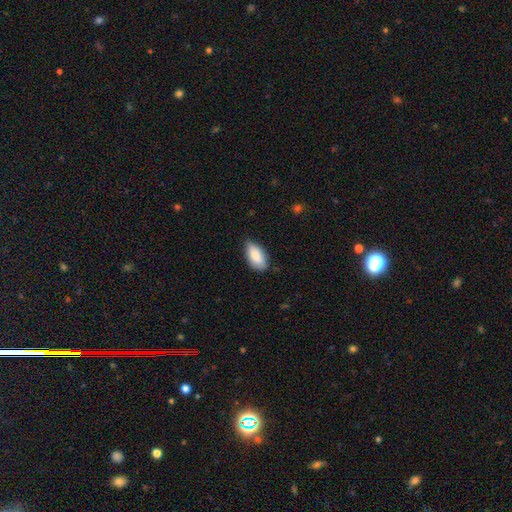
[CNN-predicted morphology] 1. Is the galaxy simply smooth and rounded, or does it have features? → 87% smooth, 7% featured or disk, 6% star or artifact.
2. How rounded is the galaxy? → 92% in between, 5% cigar-shaped, 2% round.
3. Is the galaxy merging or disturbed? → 71% none, 25% minor disturbance, 3% major disturbance, 1% merger.